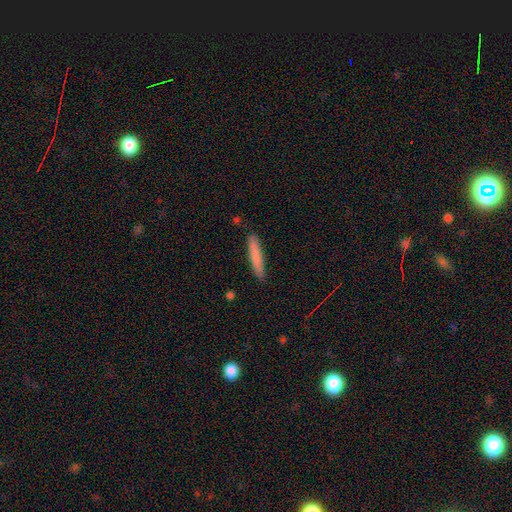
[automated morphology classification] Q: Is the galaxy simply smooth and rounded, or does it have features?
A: smooth — 79%.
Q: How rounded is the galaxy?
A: cigar-shaped — 93%.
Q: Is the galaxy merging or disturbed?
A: none — 88%.